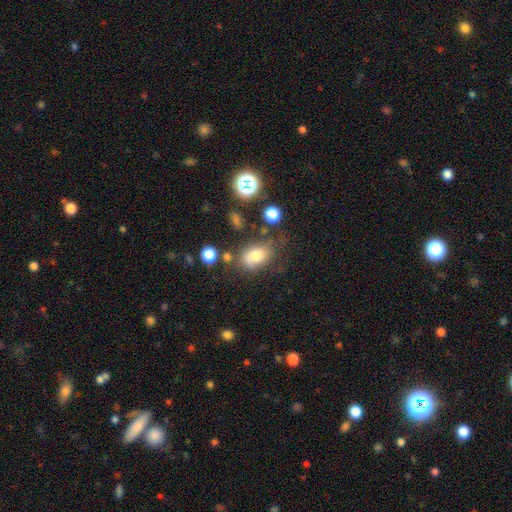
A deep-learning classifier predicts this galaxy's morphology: Q: Smooth or featured?
A: smooth (75%); runner-up: featured or disk (14%)
Q: How rounded?
A: in between (75%); runner-up: round (23%)
Q: Merging?
A: none (56%); runner-up: minor disturbance (24%)